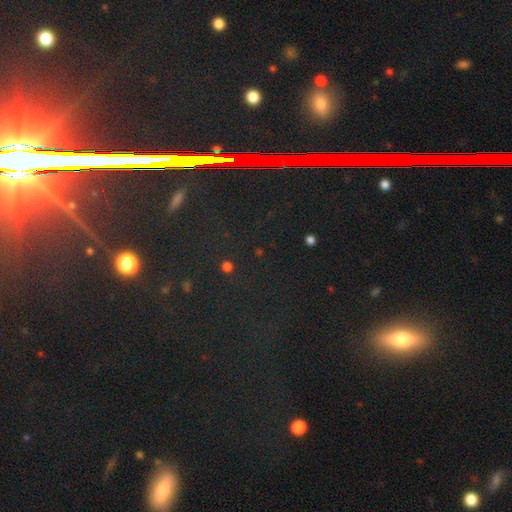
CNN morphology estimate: type=star or artifact (74%).